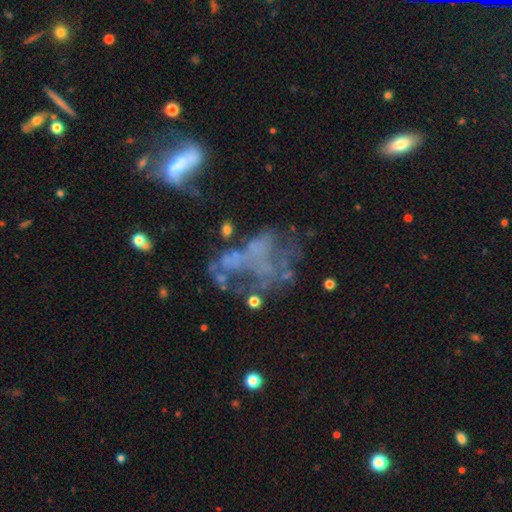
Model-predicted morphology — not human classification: Overall: featured or disk (59%; star or artifact 22%). Edge-on disk: no (97%). Bar: no (91%). Spiral arms: no (90%). Bulge size: none (83%). Merging: major disturbance (36%; none 30%).